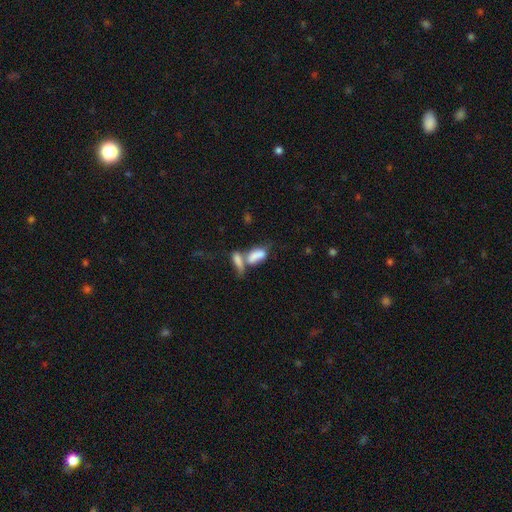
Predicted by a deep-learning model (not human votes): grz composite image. It shows a smooth galaxy with no disk features (71%) that is in between round and cigar-shaped (85%). Merging: merger (69%).